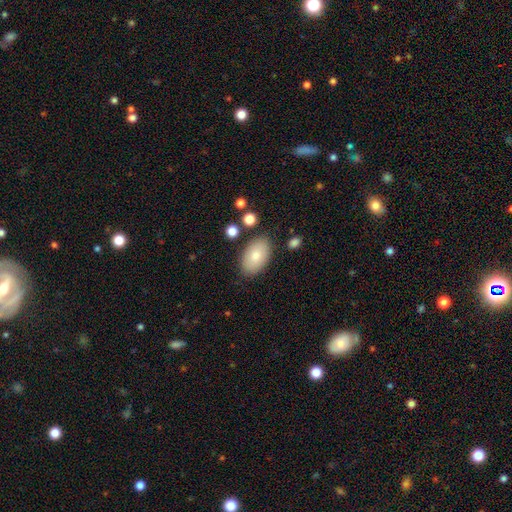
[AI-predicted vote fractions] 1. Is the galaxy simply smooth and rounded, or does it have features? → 80% smooth, 14% featured or disk, 7% star or artifact.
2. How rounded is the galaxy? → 93% in between, 5% round, 1% cigar-shaped.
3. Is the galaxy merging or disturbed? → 83% none, 12% minor disturbance, 3% major disturbance, 2% merger.